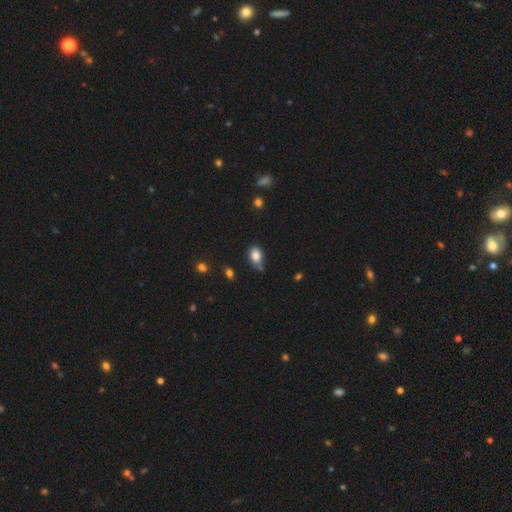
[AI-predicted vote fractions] smooth_or_featured: smooth (p=0.83) [alt: star or artifact p=0.10]
how_rounded: in between (p=0.79) [alt: round p=0.20]
merging: none (p=0.60) [alt: minor disturbance p=0.28]